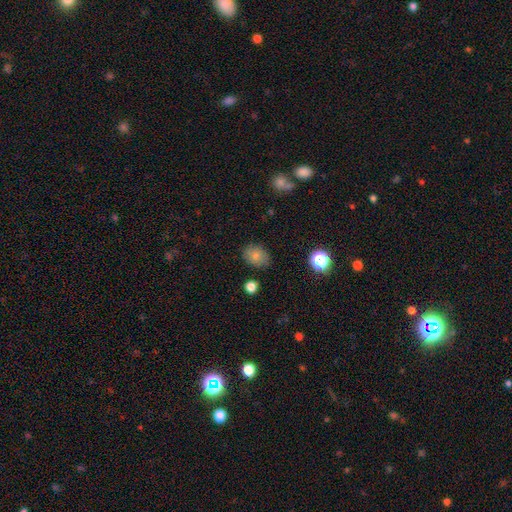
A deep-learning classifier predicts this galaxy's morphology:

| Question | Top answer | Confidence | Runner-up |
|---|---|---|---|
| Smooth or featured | smooth | 78% | star or artifact (12%) |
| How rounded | in between | 59% | round (40%) |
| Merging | none | 82% | minor disturbance (13%) |